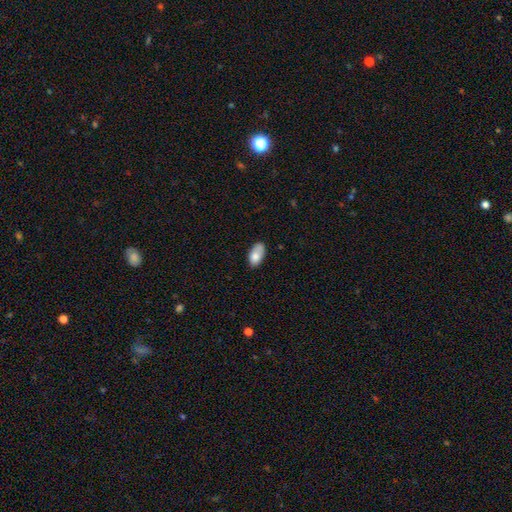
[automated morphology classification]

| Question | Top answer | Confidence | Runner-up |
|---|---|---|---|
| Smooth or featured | smooth | 79% | featured or disk (13%) |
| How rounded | in between | 93% | round (4%) |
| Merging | none | 62% | minor disturbance (27%) |